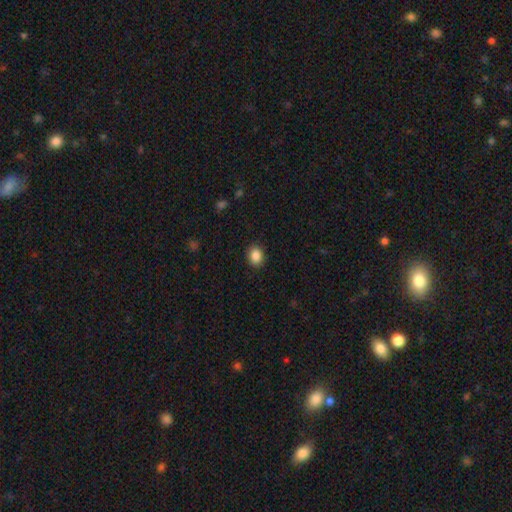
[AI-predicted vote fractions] The model was most divided on "how rounded": round: 52%, in between: 47%, cigar-shaped: 1%. More confident: merging — none (90%); smooth or featured — smooth (87%).